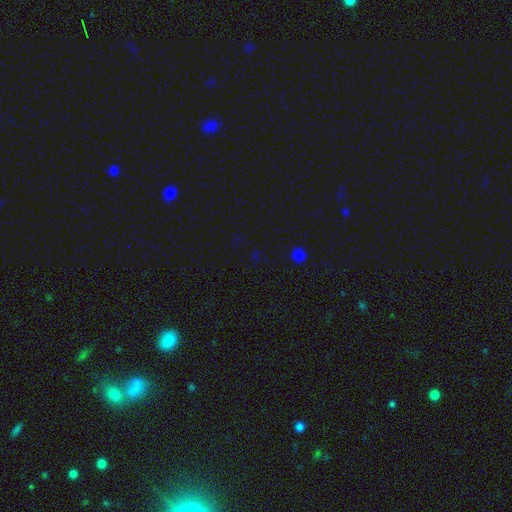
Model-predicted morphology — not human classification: Smooth or featured: star or artifact — 63% (smooth — 30%)